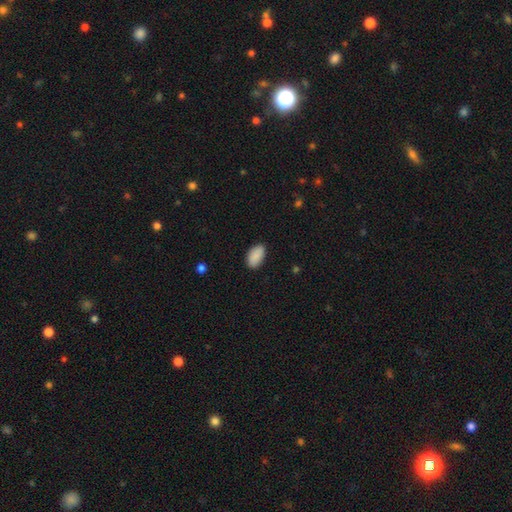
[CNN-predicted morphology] smooth_or_featured: smooth (p=0.90) [alt: star or artifact p=0.06]
how_rounded: in between (p=0.95) [alt: round p=0.04]
merging: none (p=0.86) [alt: minor disturbance p=0.10]